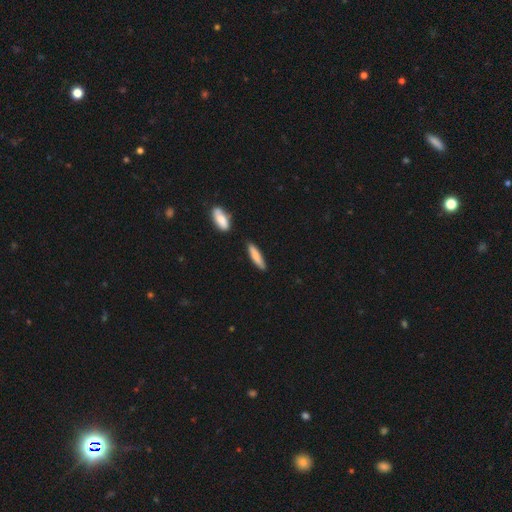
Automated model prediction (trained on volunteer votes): Smooth or featured? Predicted: smooth (p=0.79). How rounded? Predicted: cigar-shaped (p=0.79). Merging? Predicted: none (p=0.83).